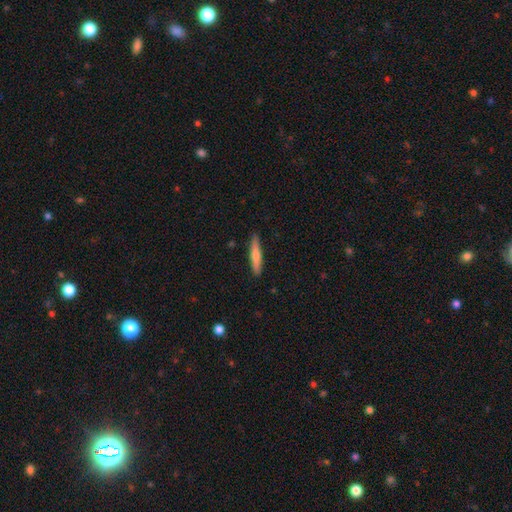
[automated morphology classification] This is likely a smooth galaxy (68%). How rounded: clearly cigar-shaped (91%). Merging: clearly none (89%).